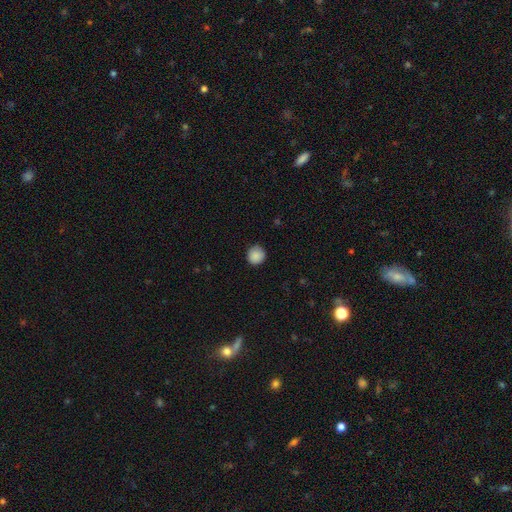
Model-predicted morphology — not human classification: A smooth galaxy with no disk features (88%) that is round (92%).

Vote fractions:
- Smooth or featured? smooth: 88% / star or artifact: 9% / featured or disk: 3%
- How rounded? round: 92% / in between: 7% / cigar-shaped: 1%
- Merging? none: 84% / minor disturbance: 12% / major disturbance: 2% / merger: 1%